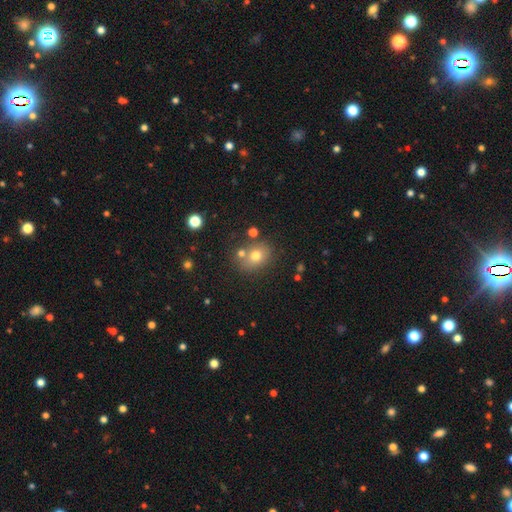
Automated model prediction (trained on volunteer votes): A smooth galaxy with no disk features (72%) that is round (59%). Merging: none (66%).